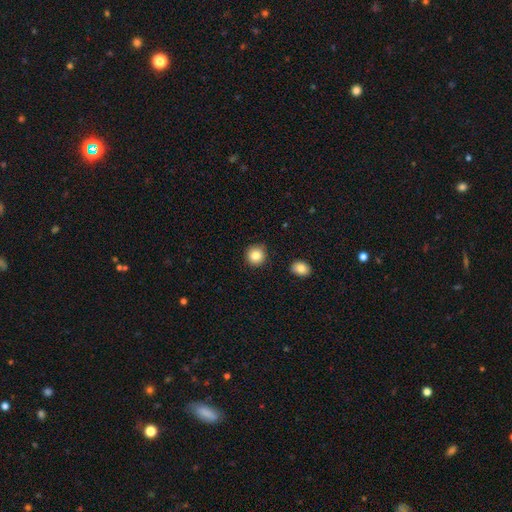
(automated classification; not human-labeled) Q: Smooth or featured?
A: smooth (84%); runner-up: star or artifact (9%)
Q: How rounded?
A: round (92%); runner-up: in between (7%)
Q: Merging?
A: none (89%); runner-up: minor disturbance (7%)